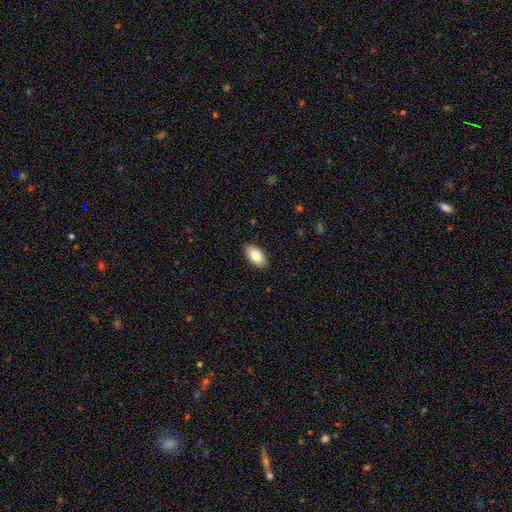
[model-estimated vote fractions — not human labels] Overall: smooth (81%). How rounded: in between (94%). Merging: none (89%).